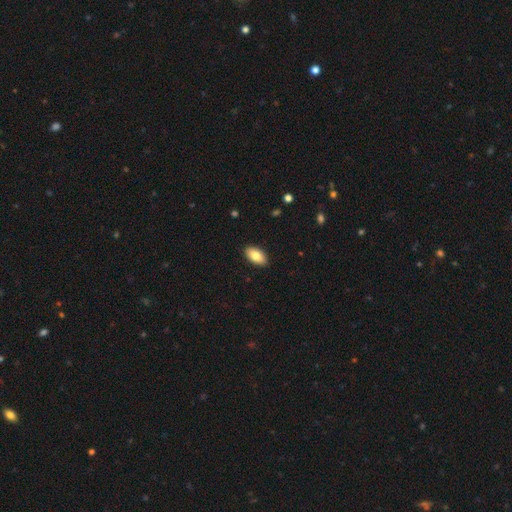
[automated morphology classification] The model was most divided on "smooth or featured": smooth: 82%, featured or disk: 11%, star or artifact: 7%. More confident: how rounded — in between (94%); merging — none (90%).